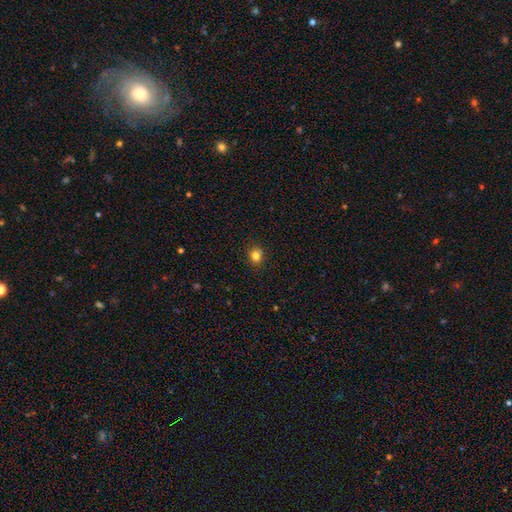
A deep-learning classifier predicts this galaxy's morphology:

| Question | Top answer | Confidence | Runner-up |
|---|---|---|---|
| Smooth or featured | smooth | 82% | star or artifact (13%) |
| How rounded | round | 80% | in between (19%) |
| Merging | none | 89% | minor disturbance (8%) |